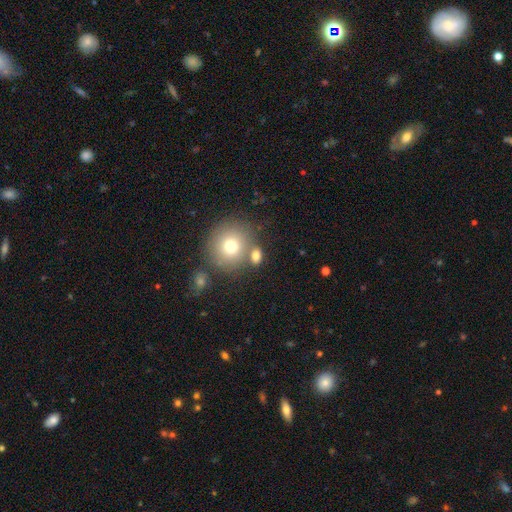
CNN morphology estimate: type=smooth (76%); roundness=round (54%); merging=none (59%).